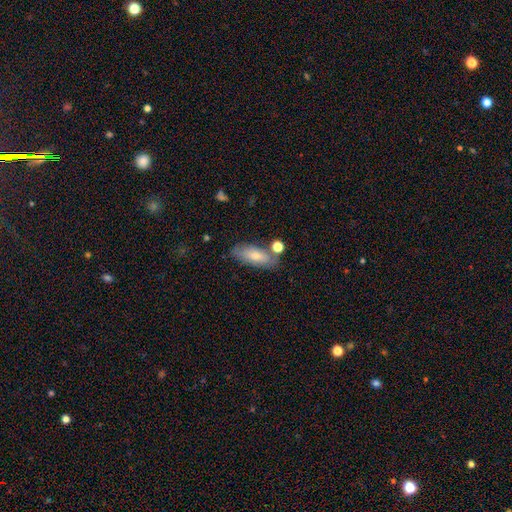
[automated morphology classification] smooth-or-featured: smooth: 70% | featured or disk: 24% | star or artifact: 7%
  how-rounded: in between: 77% | cigar-shaped: 19% | round: 3%
  merging: none: 67% | minor disturbance: 17% | merger: 12% | major disturbance: 5%